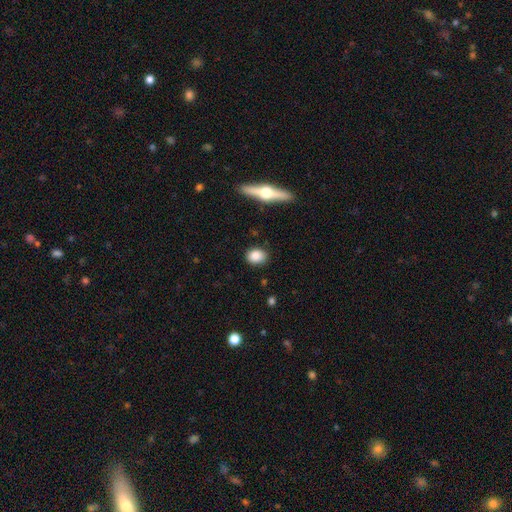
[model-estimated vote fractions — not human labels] smooth-or-featured: smooth: 84% | featured or disk: 9% | star or artifact: 7%
  how-rounded: in between: 53% | round: 44% | cigar-shaped: 3%
  merging: none: 88% | minor disturbance: 9% | major disturbance: 2% | merger: 1%